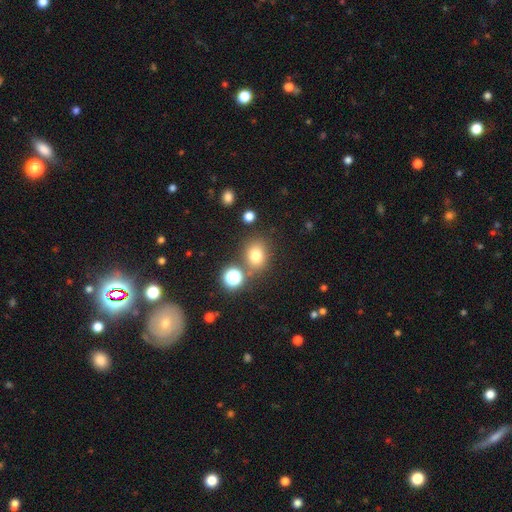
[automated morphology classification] A smooth galaxy with no disk features (75%) that is round (64%).

Vote fractions:
- Smooth or featured? smooth: 75% / star or artifact: 17% / featured or disk: 8%
- How rounded? round: 64% / in between: 35% / cigar-shaped: 1%
- Merging? none: 74% / minor disturbance: 11% / merger: 11% / major disturbance: 4%